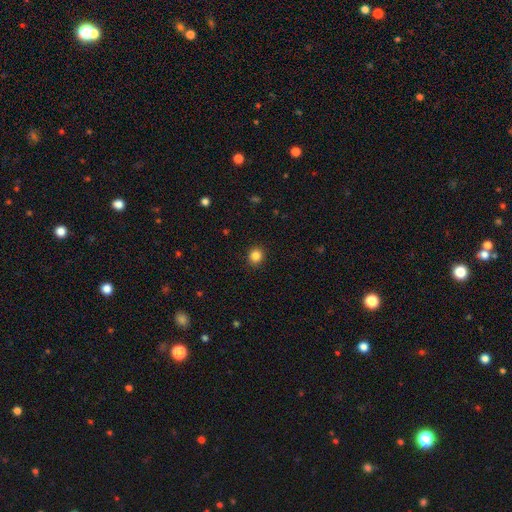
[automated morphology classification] Smooth or featured? smooth (85%)
How rounded? round (85%)
Merging? none (91%)